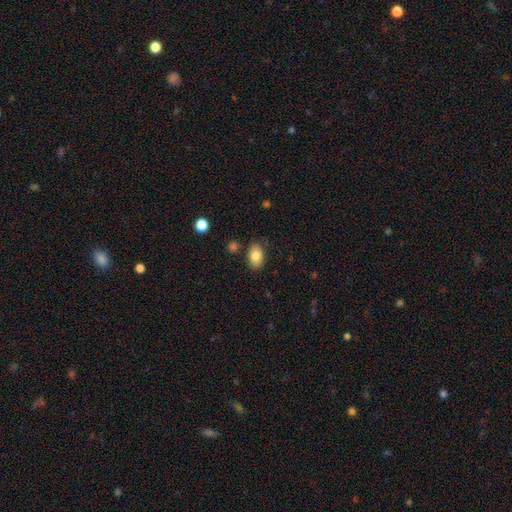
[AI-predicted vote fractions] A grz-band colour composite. It shows a smooth galaxy with no disk features (83%) that is in between round and cigar-shaped (86%). Merging: none (82%).